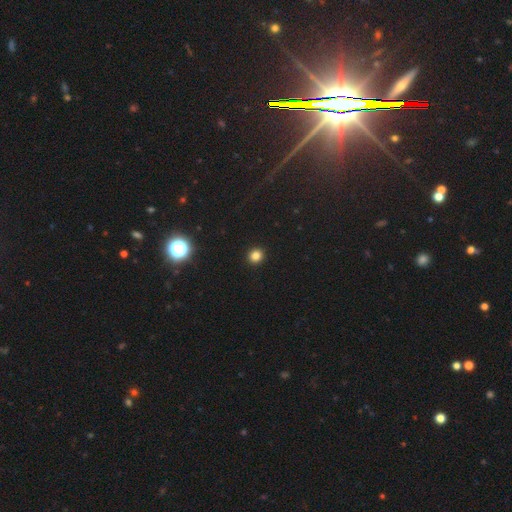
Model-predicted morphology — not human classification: Smooth or featured? smooth (82%)
How rounded? round (90%)
Merging? none (93%)